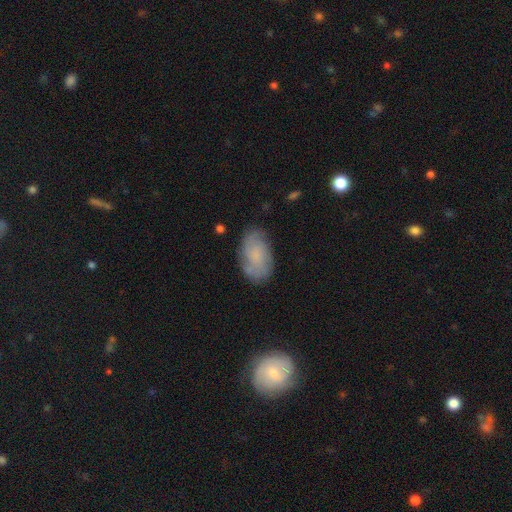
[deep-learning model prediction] smooth_or_featured: smooth (p=0.56) [alt: featured or disk p=0.35]
how_rounded: in between (p=0.93) [alt: round p=0.05]
merging: none (p=0.72) [alt: minor disturbance p=0.20]